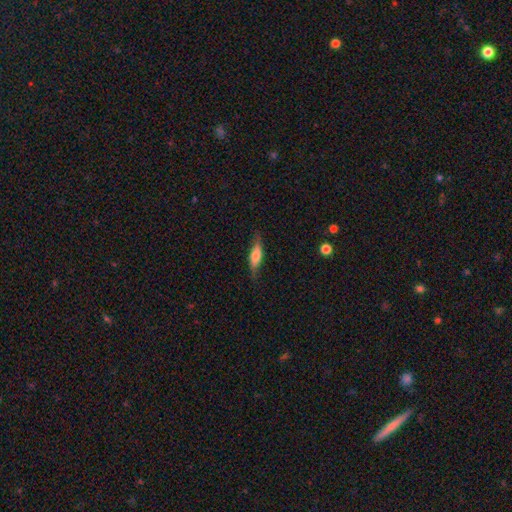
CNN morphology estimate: type=smooth (58%); roundness=cigar-shaped (54%); merging=none (74%).